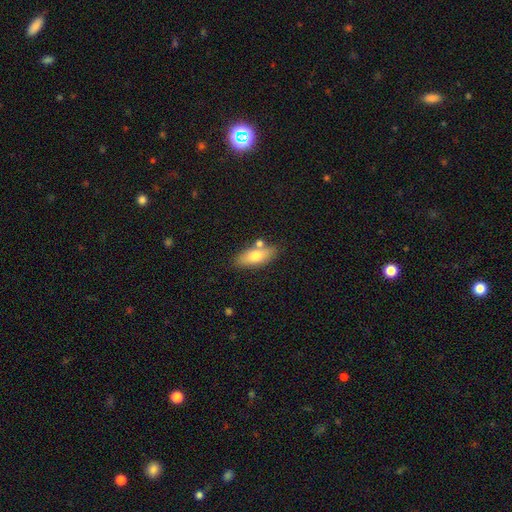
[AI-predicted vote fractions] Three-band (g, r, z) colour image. It shows a smooth galaxy with no disk features (70%) that is in between round and cigar-shaped (77%). Merging: none (71%).